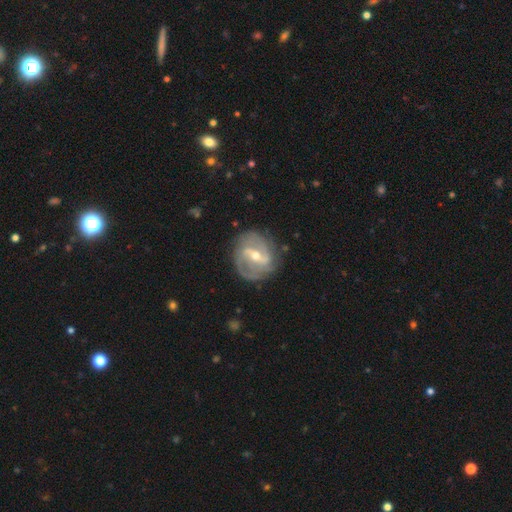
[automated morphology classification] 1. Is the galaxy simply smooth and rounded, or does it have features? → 86% featured or disk, 9% smooth, 5% star or artifact.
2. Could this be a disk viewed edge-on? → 97% no, 3% yes.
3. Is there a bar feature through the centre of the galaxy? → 45% strong, 42% weak, 13% no.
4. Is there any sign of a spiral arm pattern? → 93% yes, 7% no.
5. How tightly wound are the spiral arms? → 44% medium, 38% tight, 18% loose.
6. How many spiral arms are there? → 64% 2, 14% can't tell, 13% 3, 3% 1, 3% 4, 3% more than 4.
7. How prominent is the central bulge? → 58% moderate, 39% small, 2% large, 1% none, 1% dominant.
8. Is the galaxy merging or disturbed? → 78% none, 15% minor disturbance, 5% major disturbance, 1% merger.